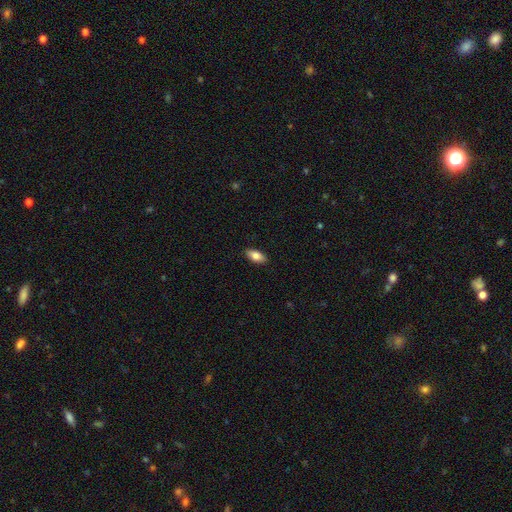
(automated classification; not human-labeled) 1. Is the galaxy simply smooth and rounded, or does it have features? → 83% smooth, 10% featured or disk, 7% star or artifact.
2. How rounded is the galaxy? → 91% in between, 6% cigar-shaped, 3% round.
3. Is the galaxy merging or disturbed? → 90% none, 8% minor disturbance, 2% major disturbance, 1% merger.